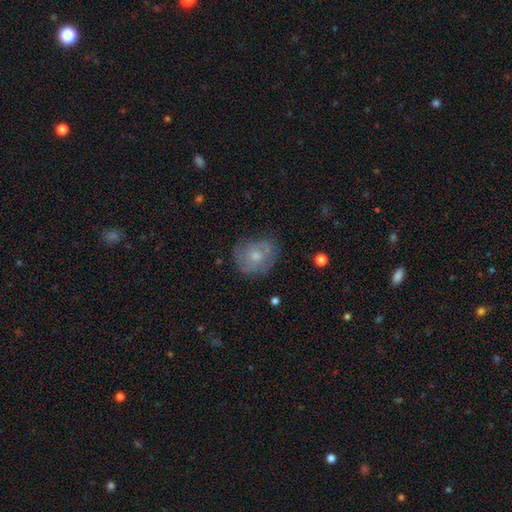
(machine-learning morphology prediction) Smooth or featured: smooth — 49% (featured or disk — 42%)
Merging: none — 62% (minor disturbance — 24%)